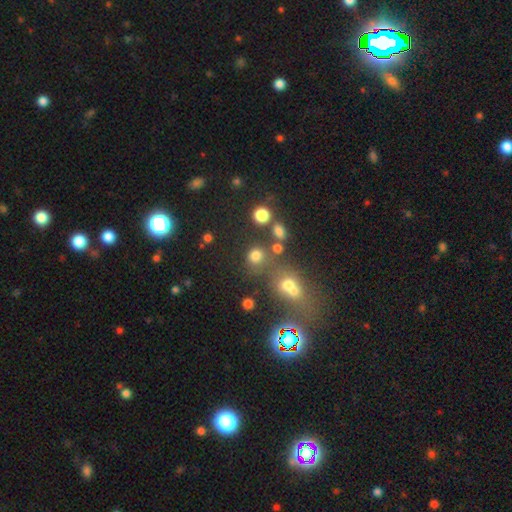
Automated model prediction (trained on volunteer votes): The model was most divided on "merging": none: 60%, merger: 22%, minor disturbance: 11%, major disturbance: 7%. More confident: how rounded — round (80%); smooth or featured — smooth (72%).